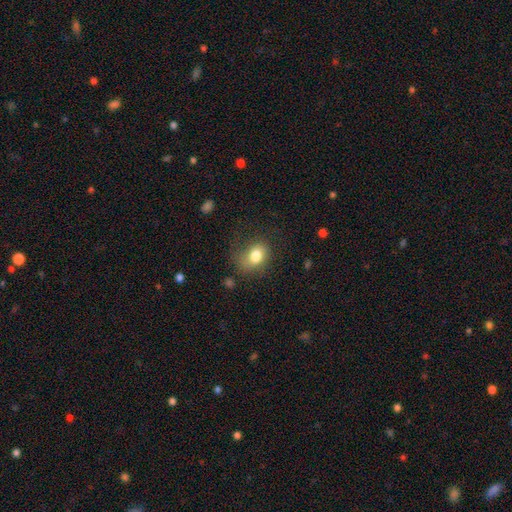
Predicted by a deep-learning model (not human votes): This appears to be a smooth galaxy with no disk features (79%) that is in between round and cigar-shaped (62%). Merging: none (57%).